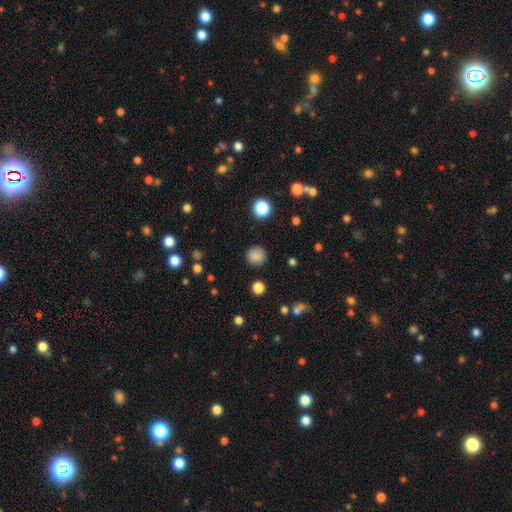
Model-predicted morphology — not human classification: smooth_or_featured: smooth (p=0.84) [alt: star or artifact p=0.11]
how_rounded: round (p=0.93) [alt: in between p=0.06]
merging: none (p=0.88) [alt: minor disturbance p=0.07]